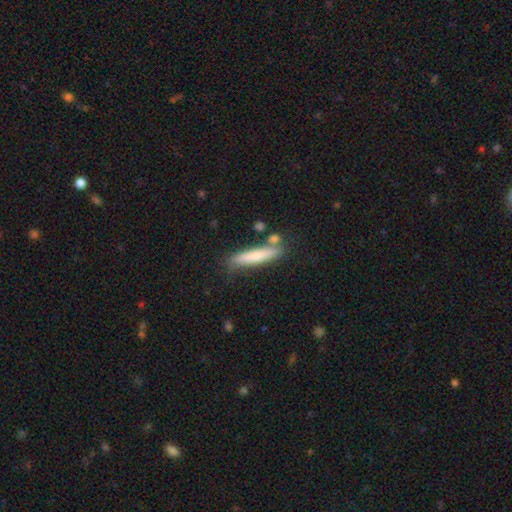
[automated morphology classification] Smooth or featured? Predicted: smooth (p=0.72). How rounded? Predicted: cigar-shaped (p=0.87). Merging? Predicted: none (p=0.72).